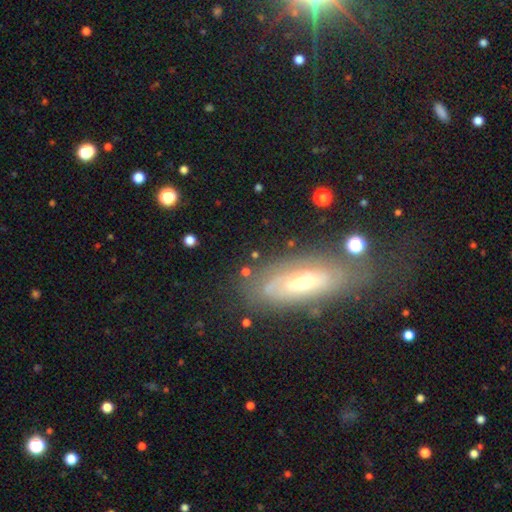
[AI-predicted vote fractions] A featured or disk galaxy (62%).

Vote fractions:
- Smooth or featured? featured or disk: 62% / smooth: 28% / star or artifact: 10%
- Edge-on disk? no: 75% / yes: 25%
- Merging? none: 71% / minor disturbance: 17% / major disturbance: 8% / merger: 3%